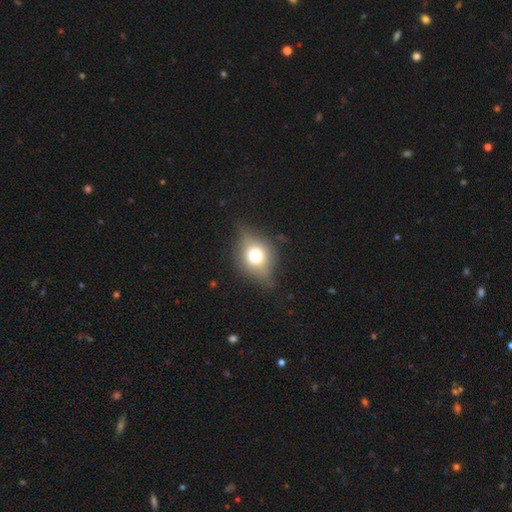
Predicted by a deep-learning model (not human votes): smooth_or_featured: smooth (p=0.56) [alt: featured or disk p=0.33]
how_rounded: in between (p=0.49) [alt: round p=0.48]
merging: none (p=0.67) [alt: minor disturbance p=0.23]